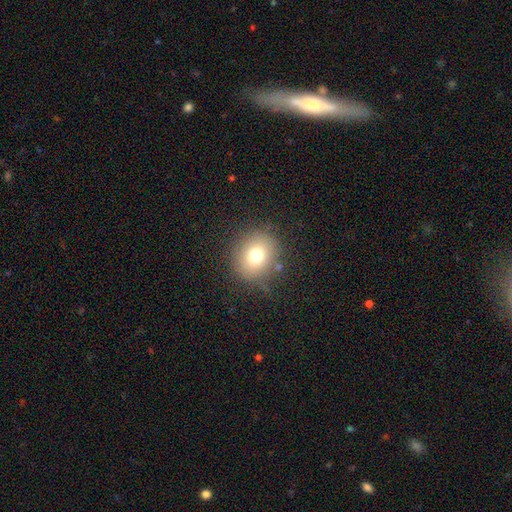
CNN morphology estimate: The model was most divided on "smooth or featured": smooth: 75%, star or artifact: 14%, featured or disk: 12%. More confident: merging — none (82%); how rounded — round (81%).